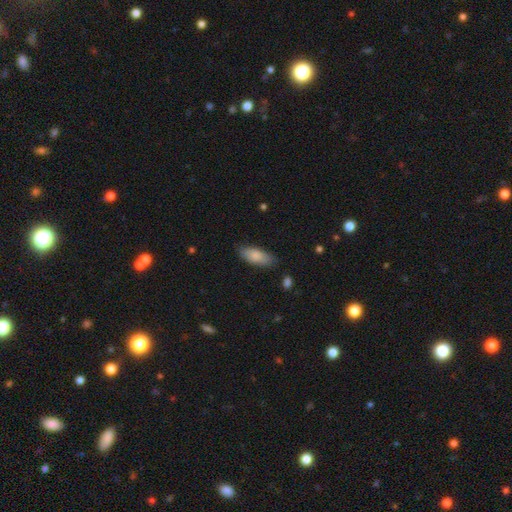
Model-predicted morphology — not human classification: Smooth or featured? smooth (85%)
How rounded? in between (80%)
Merging? none (80%)